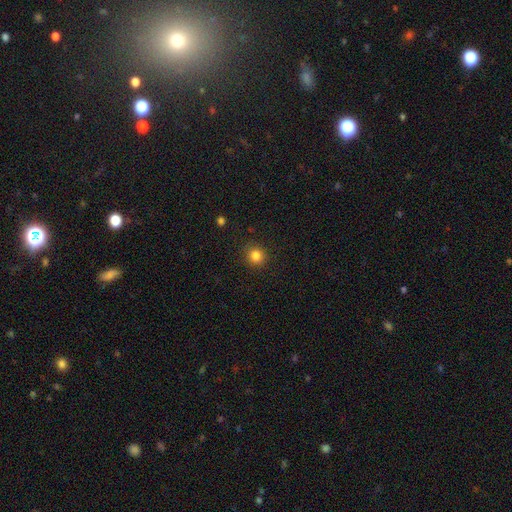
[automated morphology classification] Smooth or featured?
  - smooth: 84% *
  - star or artifact: 12%
  - featured or disk: 5%
How rounded?
  - round: 87% *
  - in between: 13%
  - cigar-shaped: 1%
Merging?
  - none: 89% *
  - minor disturbance: 8%
  - major disturbance: 2%
  - merger: 1%